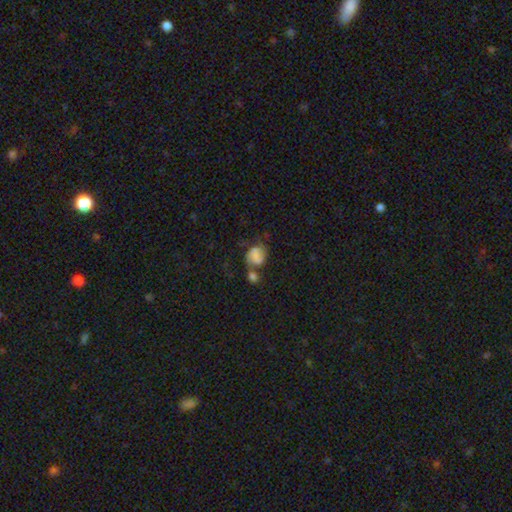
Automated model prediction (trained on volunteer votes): This appears to be a smooth galaxy with no disk features (64%) that is round (59%). Merging: none (34%, tied with merger).